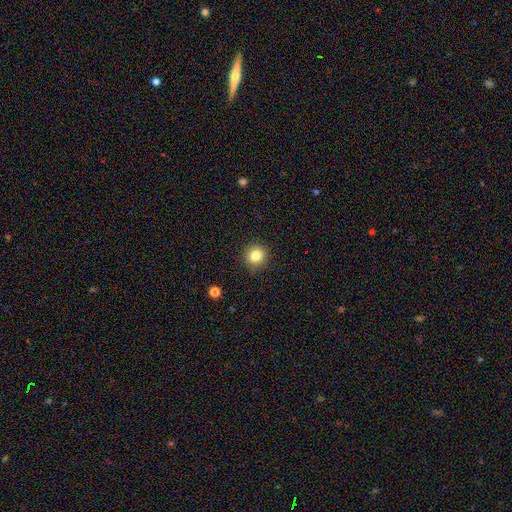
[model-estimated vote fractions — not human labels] smooth_or_featured: smooth (p=0.82) [alt: star or artifact p=0.11]
how_rounded: round (p=0.92) [alt: in between p=0.07]
merging: none (p=0.90) [alt: minor disturbance p=0.07]